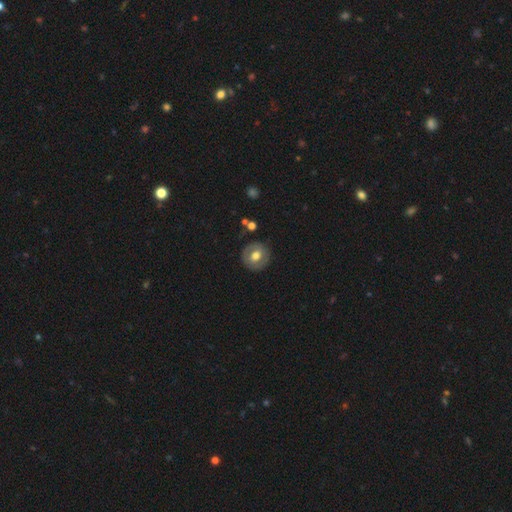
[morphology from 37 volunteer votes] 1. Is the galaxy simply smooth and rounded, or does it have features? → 57% smooth, 35% featured or disk, 8% star or artifact.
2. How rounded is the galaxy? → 76% round, 24% in between, 0% cigar-shaped.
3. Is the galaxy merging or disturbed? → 82% none, 9% minor disturbance, 9% major disturbance, 0% merger.